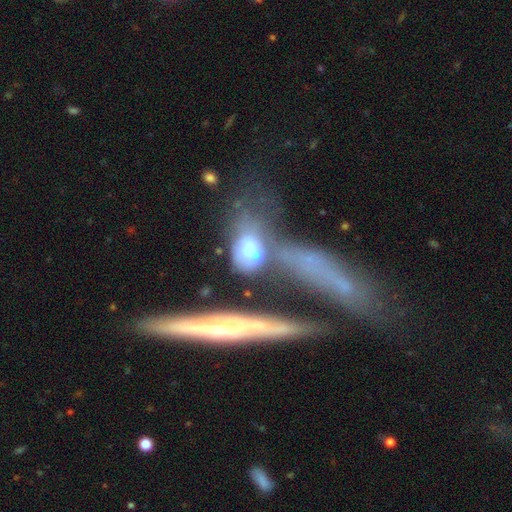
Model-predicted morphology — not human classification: Smooth or featured?
  - smooth: 48% *
  - featured or disk: 40%
  - star or artifact: 12%
Merging?
  - merger: 39% *
  - none: 28%
  - major disturbance: 19%
  - minor disturbance: 14%